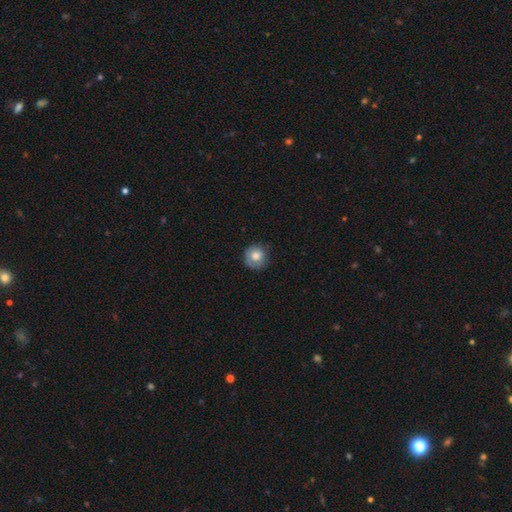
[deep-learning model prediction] Morphology: type=smooth (72%); roundness=round (91%); merging=none (71%).